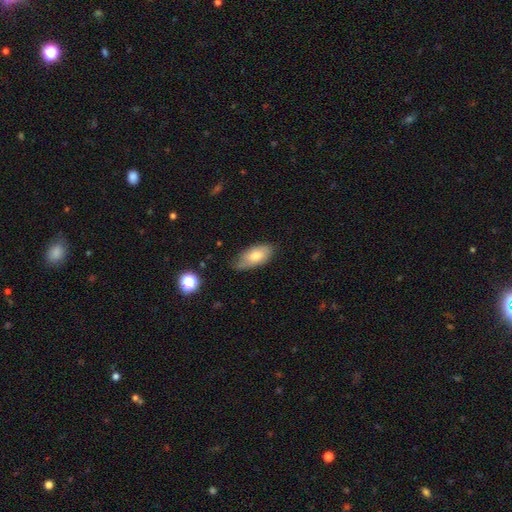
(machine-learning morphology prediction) A smooth galaxy with no disk features (72%) that is in between round and cigar-shaped (90%). Merging: none (64%).